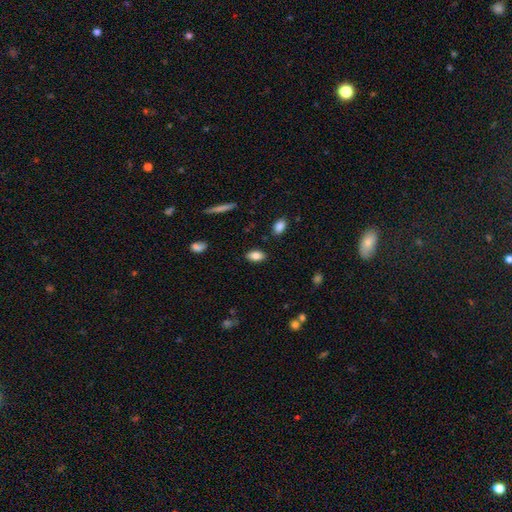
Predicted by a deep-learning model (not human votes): A smooth galaxy with no disk features (84%) that is in between round and cigar-shaped (89%).

Vote fractions:
- Smooth or featured? smooth: 84% / featured or disk: 8% / star or artifact: 8%
- How rounded? in between: 89% / round: 7% / cigar-shaped: 4%
- Merging? none: 86% / minor disturbance: 9% / major disturbance: 2% / merger: 2%